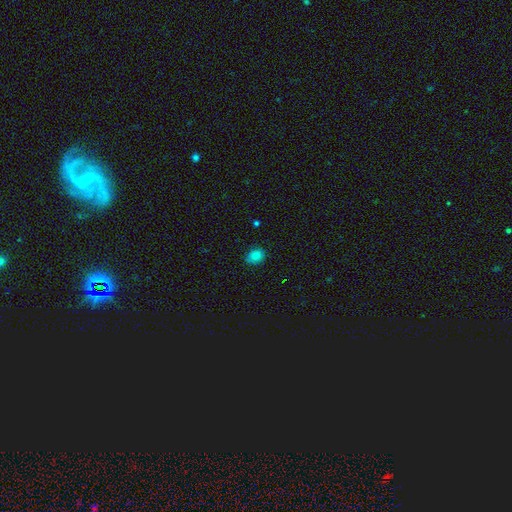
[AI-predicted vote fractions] This appears to be a smooth galaxy with no disk features (83%) that is in between round and cigar-shaped (54%). Merging: none (83%).